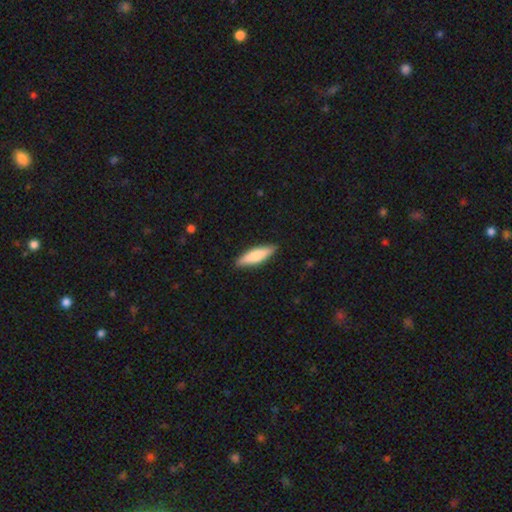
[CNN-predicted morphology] This appears to be a smooth galaxy with no disk features (68%) that is cigar-shaped (67%). Merging: none (89%).